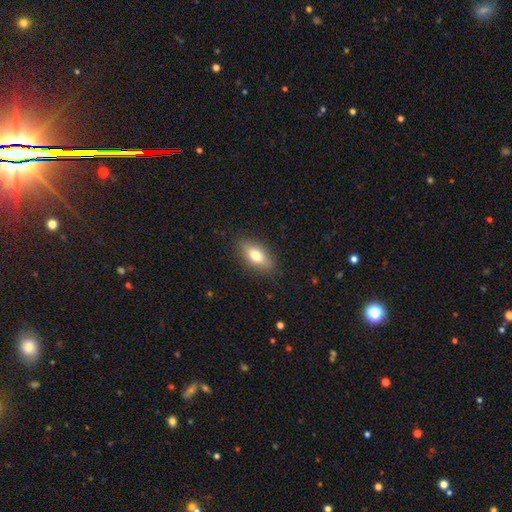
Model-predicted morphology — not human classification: Smooth or featured? smooth (73%)
How rounded? in between (84%)
Merging? none (85%)